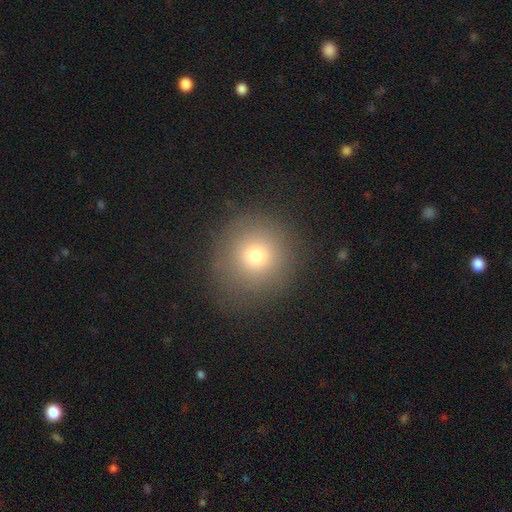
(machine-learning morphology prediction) The model was most divided on "smooth or featured": smooth: 72%, star or artifact: 17%, featured or disk: 11%. More confident: how rounded — round (94%); merging — none (85%).